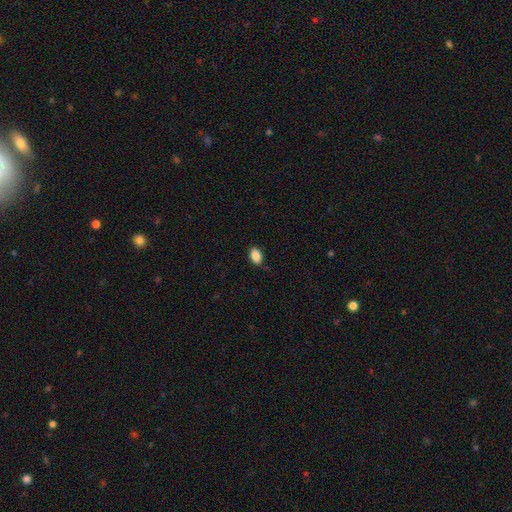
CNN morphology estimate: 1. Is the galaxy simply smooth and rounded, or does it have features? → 88% smooth, 8% star or artifact, 4% featured or disk.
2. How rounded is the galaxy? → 90% in between, 8% round, 2% cigar-shaped.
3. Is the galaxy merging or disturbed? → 83% none, 14% minor disturbance, 2% major disturbance, 1% merger.